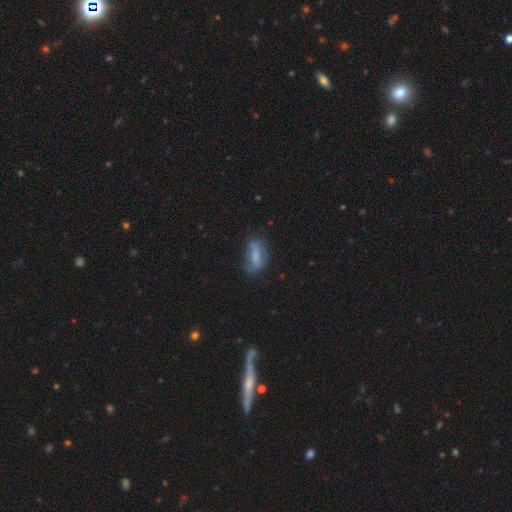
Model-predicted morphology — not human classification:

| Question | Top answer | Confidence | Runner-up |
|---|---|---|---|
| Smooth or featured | smooth | 52% | featured or disk (39%) |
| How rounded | in between | 76% | cigar-shaped (19%) |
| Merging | none | 54% | minor disturbance (29%) |